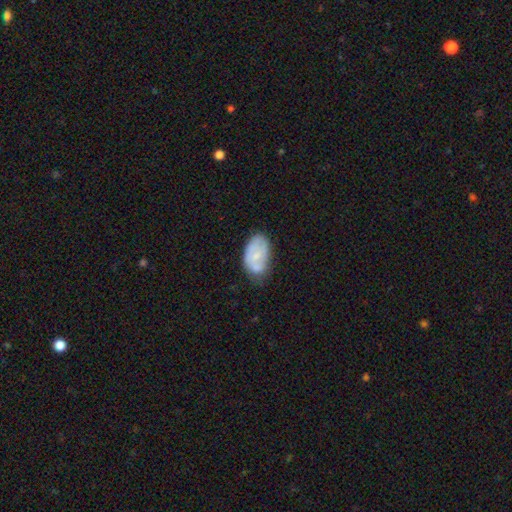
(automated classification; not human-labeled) Smooth or featured? Predicted: smooth (p=0.56). How rounded? Predicted: in between (p=0.92). Merging? Predicted: none (p=0.51).